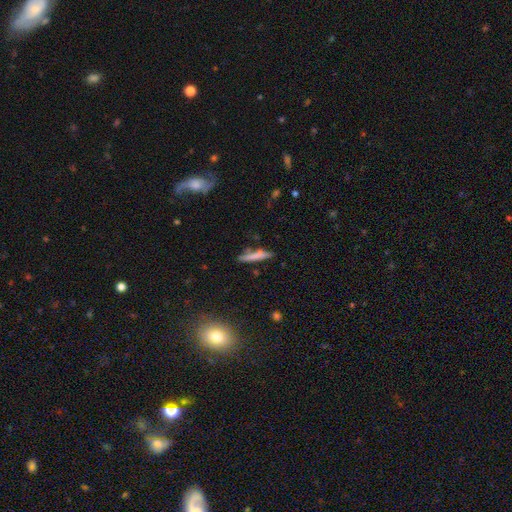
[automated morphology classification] The model was most divided on "smooth or featured": smooth: 73%, featured or disk: 20%, star or artifact: 7%. More confident: how rounded — cigar-shaped (91%); merging — none (75%).